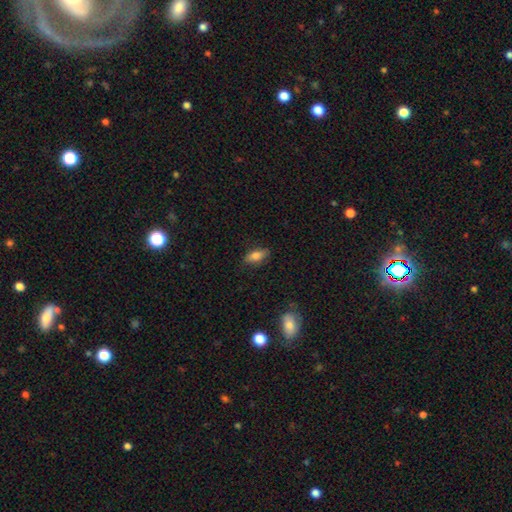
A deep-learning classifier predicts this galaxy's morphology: This is likely a smooth galaxy (76%). How rounded: likely in between (76%). Merging: clearly none (82%).